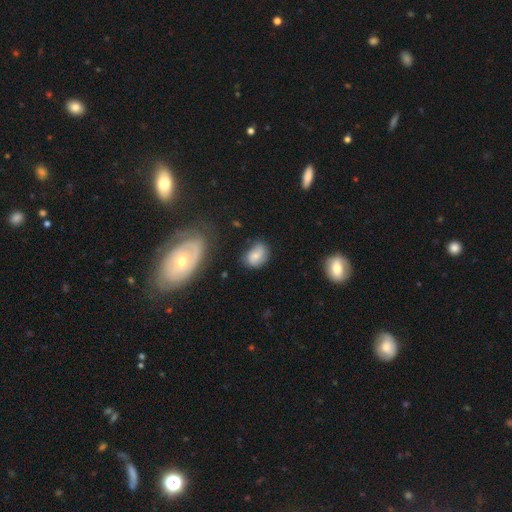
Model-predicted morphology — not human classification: Smooth or featured? Predicted: smooth (p=0.62). How rounded? Predicted: in between (p=0.74). Merging? Predicted: none (p=0.60).